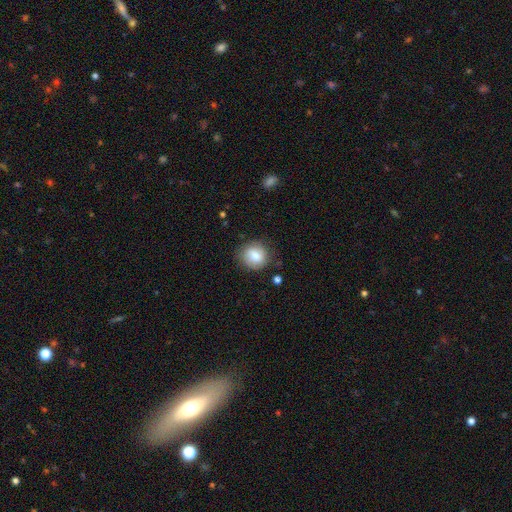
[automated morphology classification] Smooth or featured?
  - smooth: 77% *
  - featured or disk: 14%
  - star or artifact: 8%
How rounded?
  - round: 83% *
  - in between: 16%
  - cigar-shaped: 1%
Merging?
  - none: 81% *
  - minor disturbance: 13%
  - major disturbance: 4%
  - merger: 2%